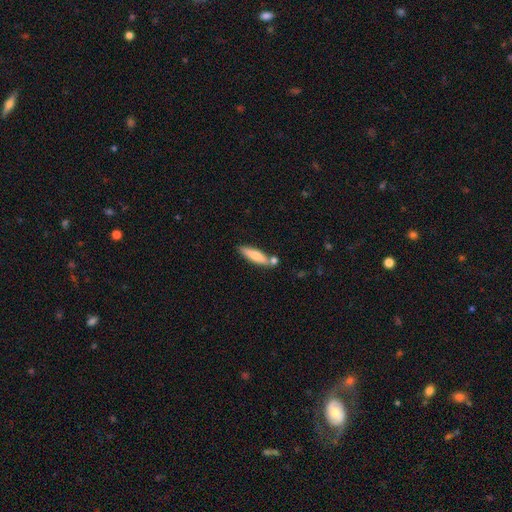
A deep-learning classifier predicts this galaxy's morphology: This is likely a smooth galaxy (75%). How rounded: likely cigar-shaped (72%). Merging: likely none (67%).